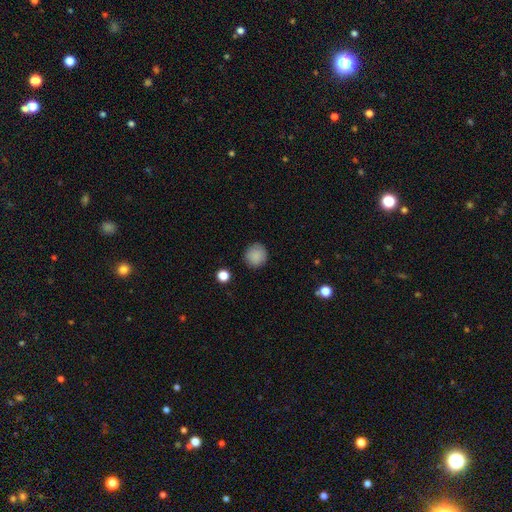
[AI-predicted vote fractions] This appears to be a smooth galaxy with no disk features (87%) that is round (93%). Merging: none (88%).